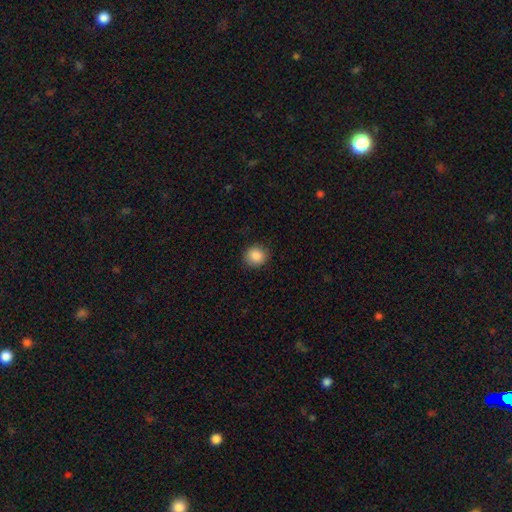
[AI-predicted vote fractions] A smooth galaxy with no disk features (88%) that is round (86%). Merging: none (89%).